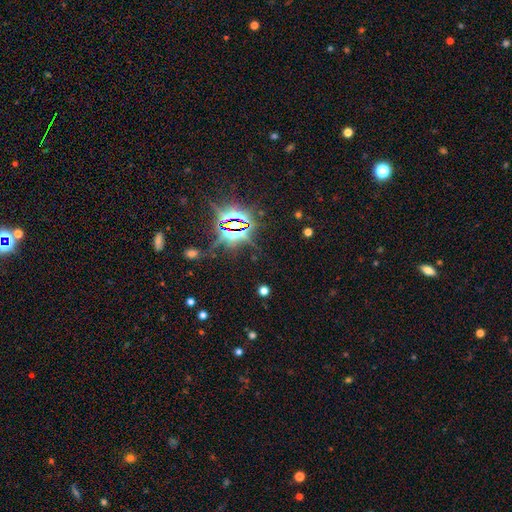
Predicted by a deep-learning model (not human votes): This is clearly a star or artifact rather than a galaxy (84%).